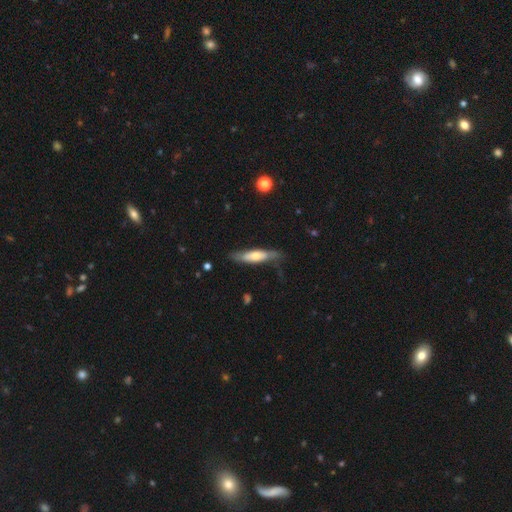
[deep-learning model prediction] Smooth or featured: smooth — 48% (featured or disk — 46%)
Merging: none — 68% (minor disturbance — 22%)